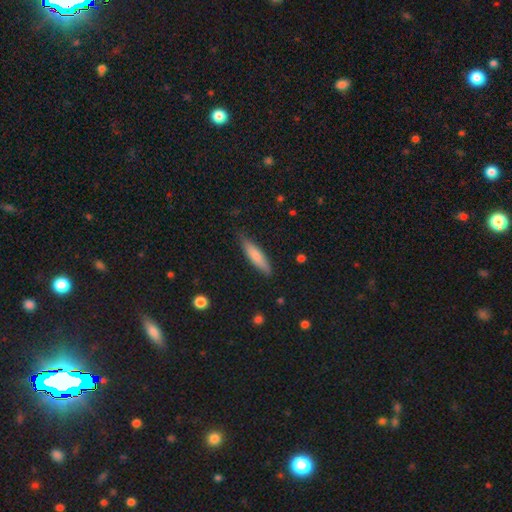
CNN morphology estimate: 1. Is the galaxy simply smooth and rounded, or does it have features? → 74% smooth, 20% featured or disk, 6% star or artifact.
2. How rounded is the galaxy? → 76% cigar-shaped, 22% in between, 2% round.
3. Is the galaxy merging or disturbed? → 79% none, 17% minor disturbance, 3% major disturbance, 1% merger.